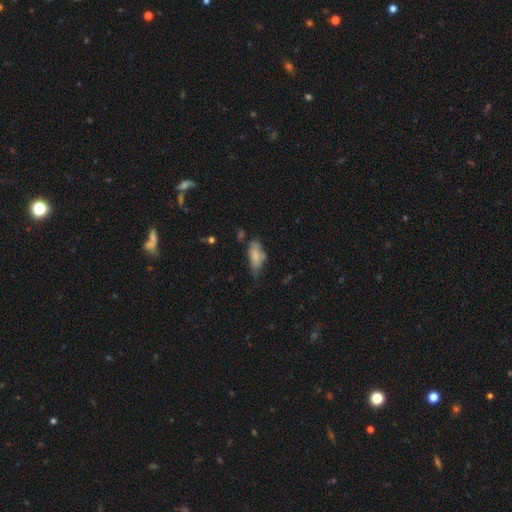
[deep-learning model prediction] smooth_or_featured: smooth (p=0.77) [alt: featured or disk p=0.15]
how_rounded: in between (p=0.78) [alt: cigar-shaped p=0.19]
merging: none (p=0.44) [alt: minor disturbance p=0.34]